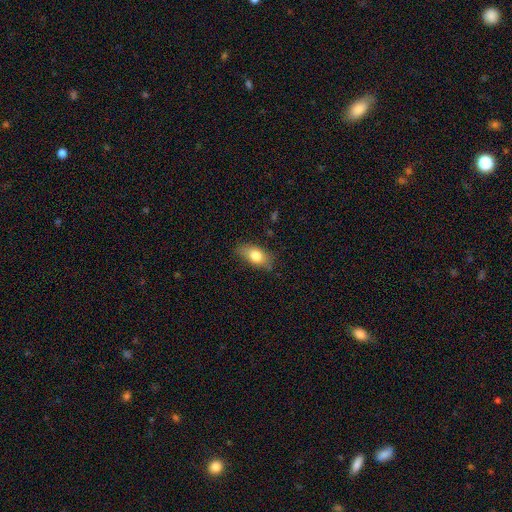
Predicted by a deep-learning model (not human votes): A smooth galaxy with no disk features (77%) that is in between round and cigar-shaped (85%). Merging: none (76%).